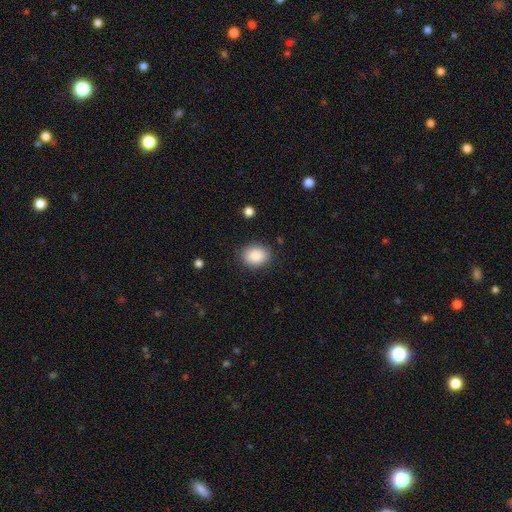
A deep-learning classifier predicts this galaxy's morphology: This appears to be a smooth galaxy with no disk features (88%) that is in between round and cigar-shaped (55%). Merging: none (85%).